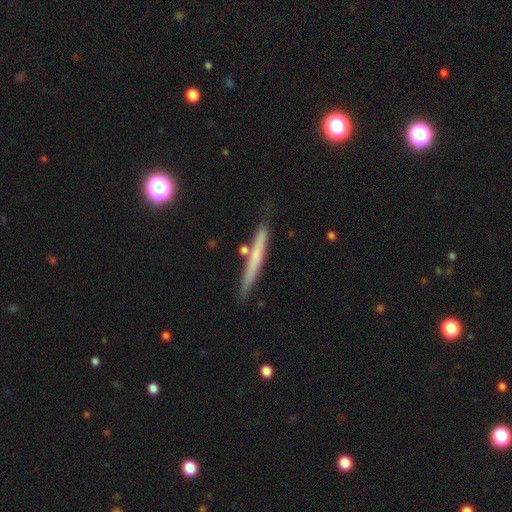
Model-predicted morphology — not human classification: Q: Smooth or featured?
A: smooth (55%); runner-up: featured or disk (37%)
Q: How rounded?
A: cigar-shaped (96%); runner-up: in between (3%)
Q: Merging?
A: none (80%); runner-up: minor disturbance (13%)